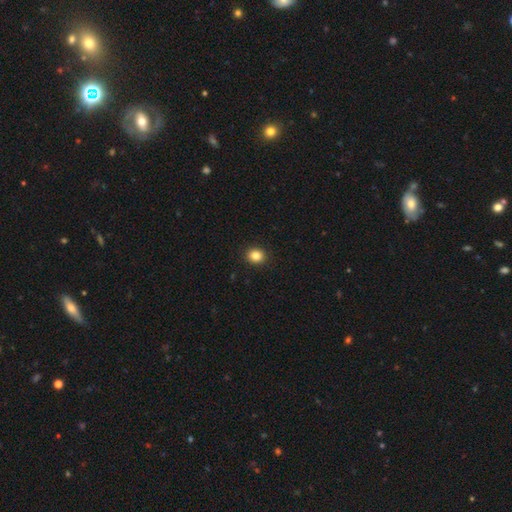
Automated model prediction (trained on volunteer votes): smooth-or-featured: smooth: 85% | star or artifact: 11% | featured or disk: 5%
  how-rounded: round: 77% | in between: 22% | cigar-shaped: 1%
  merging: none: 92% | minor disturbance: 5% | major disturbance: 2% | merger: 1%